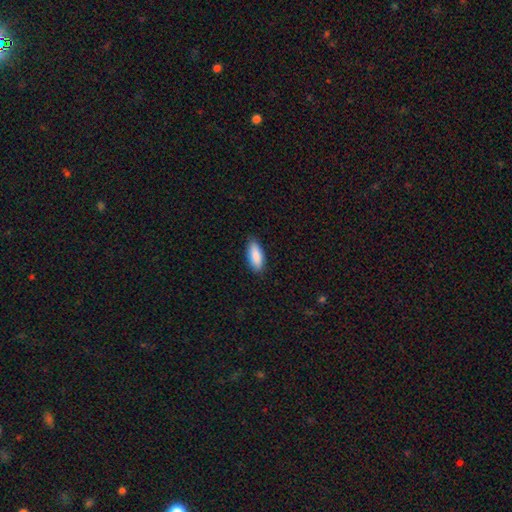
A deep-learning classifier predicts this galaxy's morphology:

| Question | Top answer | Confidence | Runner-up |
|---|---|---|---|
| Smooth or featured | smooth | 89% | featured or disk (6%) |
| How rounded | in between | 78% | cigar-shaped (20%) |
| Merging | none | 86% | minor disturbance (11%) |